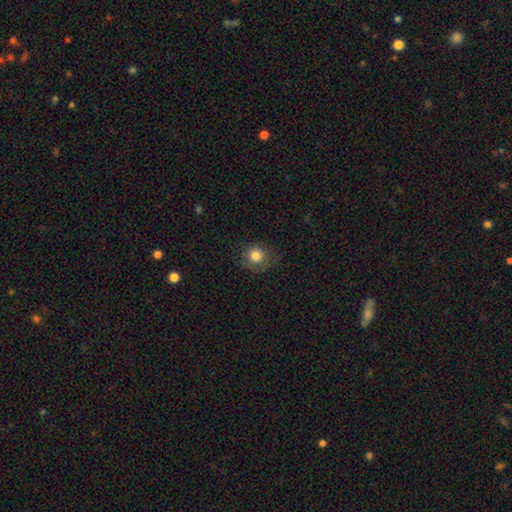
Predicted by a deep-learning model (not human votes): A smooth galaxy with no disk features (80%) that is round (86%). Merging: none (70%).